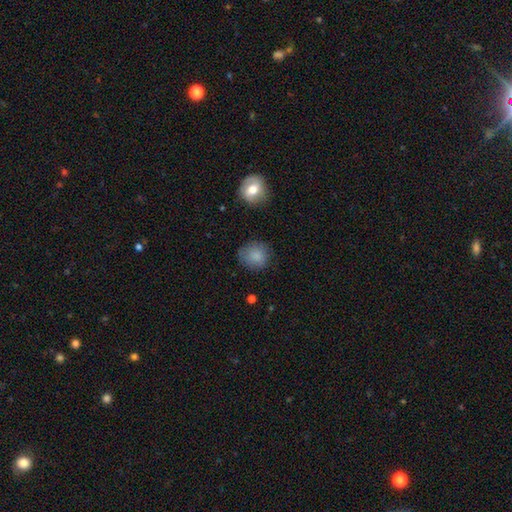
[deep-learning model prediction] Smooth or featured: smooth — 85% (star or artifact — 8%)
How rounded: round — 84% (in between — 15%)
Merging: none — 75% (minor disturbance — 18%)